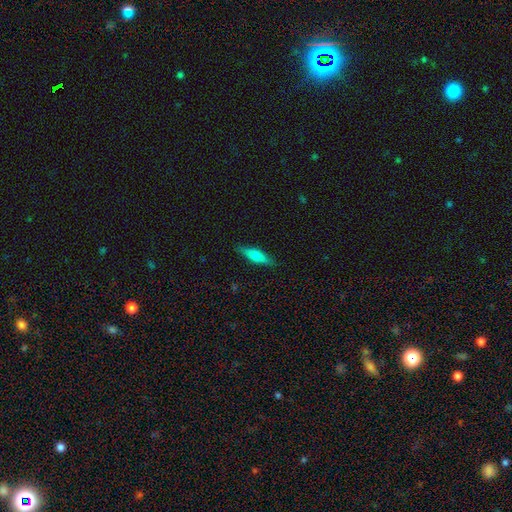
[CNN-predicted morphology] A smooth galaxy with no disk features (56%) that is cigar-shaped (64%). Merging: none (88%).